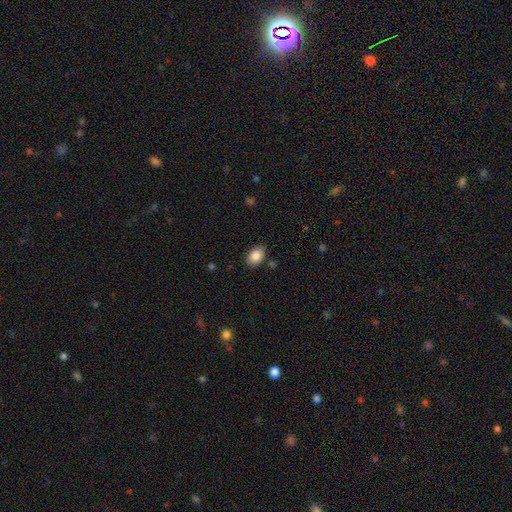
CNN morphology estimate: Smooth or featured: smooth — 86% (star or artifact — 8%)
How rounded: in between — 81% (round — 18%)
Merging: none — 84% (minor disturbance — 11%)